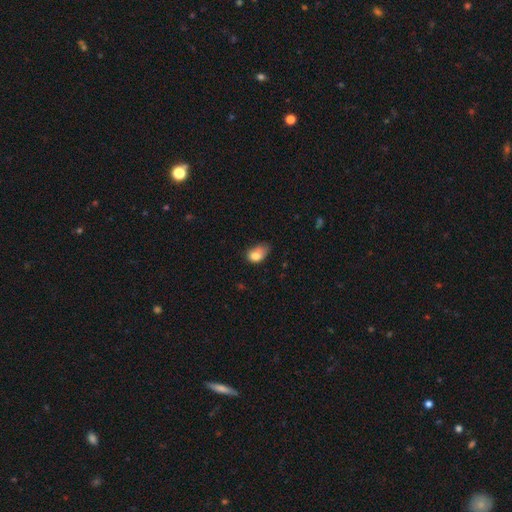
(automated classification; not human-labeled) The model was most divided on "merging": minor disturbance: 42%, none: 27%, major disturbance: 24%, merger: 7%. More confident: how rounded — in between (79%); smooth or featured — smooth (77%).